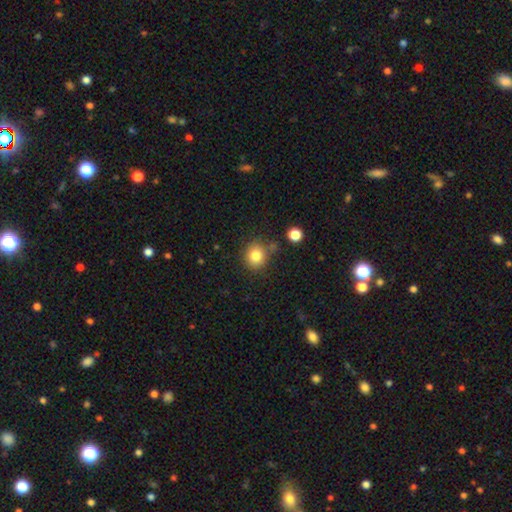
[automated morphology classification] Smooth or featured? smooth (81%)
How rounded? round (84%)
Merging? none (75%)